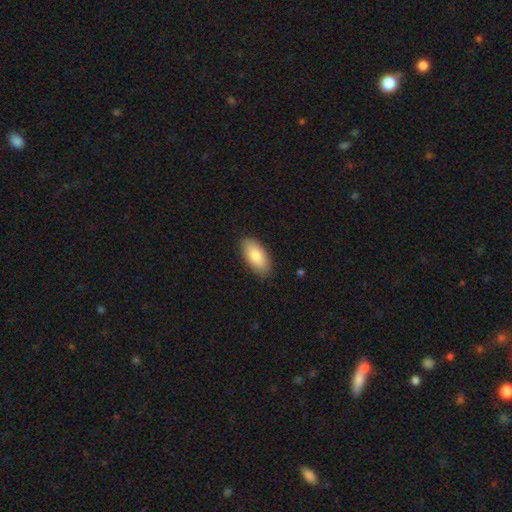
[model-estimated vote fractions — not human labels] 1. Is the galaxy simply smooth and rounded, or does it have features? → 84% smooth, 10% featured or disk, 6% star or artifact.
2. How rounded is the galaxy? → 93% in between, 5% cigar-shaped, 2% round.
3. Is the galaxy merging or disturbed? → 87% none, 10% minor disturbance, 2% major disturbance, 1% merger.